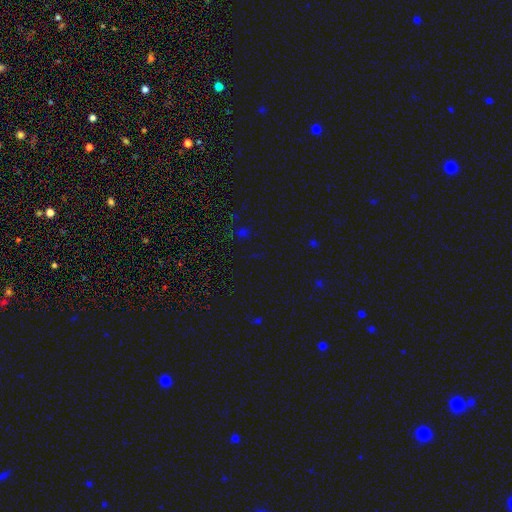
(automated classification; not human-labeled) Smooth or featured? star or artifact (67%)